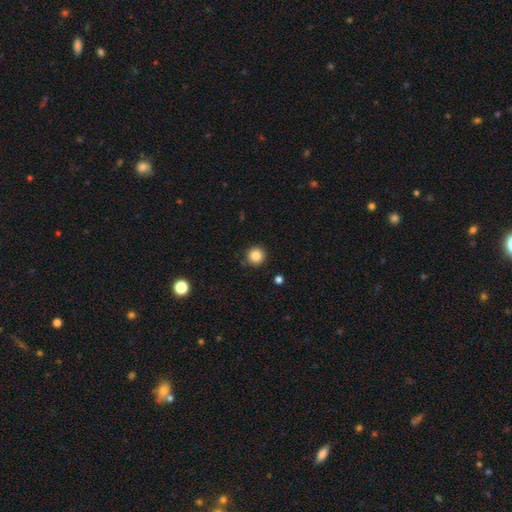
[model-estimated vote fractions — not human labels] smooth 86%, star or artifact 10%, featured or disk 4%. Down the decision tree: how rounded — round (95%); merging — none (88%).